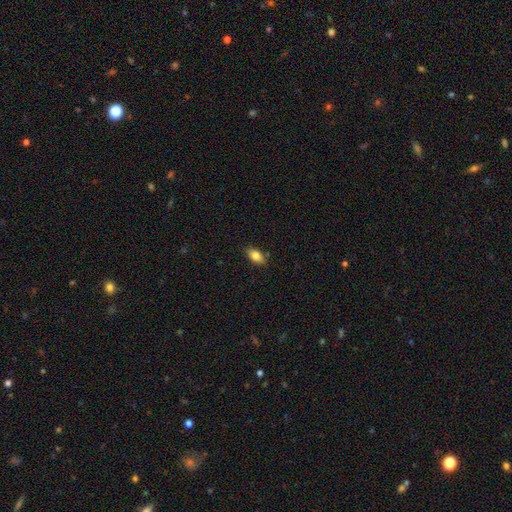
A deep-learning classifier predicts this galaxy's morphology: Q: Smooth or featured?
A: smooth (80%); runner-up: featured or disk (12%)
Q: How rounded?
A: in between (89%); runner-up: round (5%)
Q: Merging?
A: none (84%); runner-up: minor disturbance (12%)